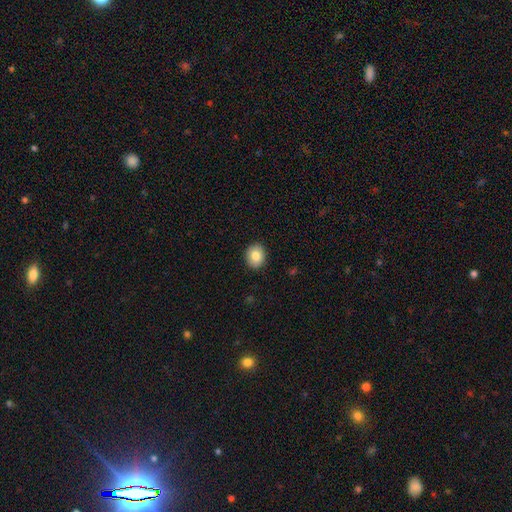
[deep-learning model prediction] The model was most divided on "how rounded": round: 59%, in between: 40%, cigar-shaped: 1%. More confident: merging — none (90%); smooth or featured — smooth (82%).